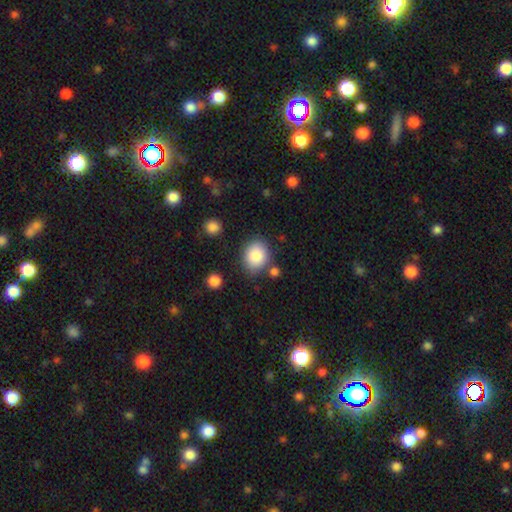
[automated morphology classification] This appears to be a smooth galaxy with no disk features (85%) that is round (60%). Merging: none (77%).